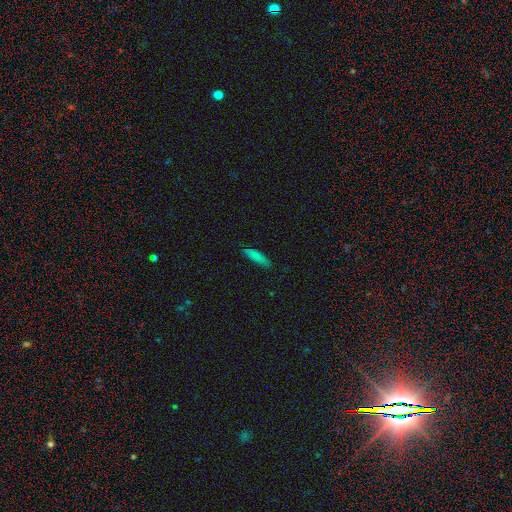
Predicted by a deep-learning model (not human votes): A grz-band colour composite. It shows a smooth galaxy with no disk features (79%) that is cigar-shaped (63%). Merging: none (81%).